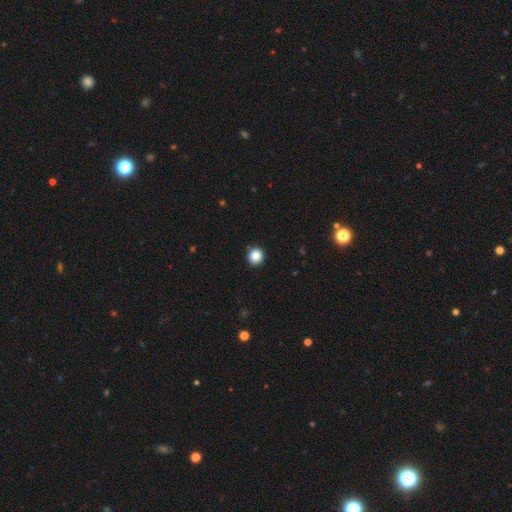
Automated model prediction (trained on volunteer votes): This is clearly a smooth galaxy (85%). How rounded: clearly round (95%). Merging: clearly none (93%).